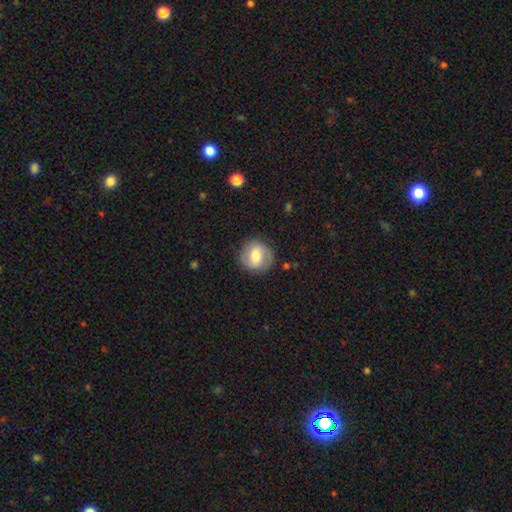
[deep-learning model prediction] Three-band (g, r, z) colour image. It shows a smooth galaxy with no disk features (57%) that is round (86%). Merging: none (86%).